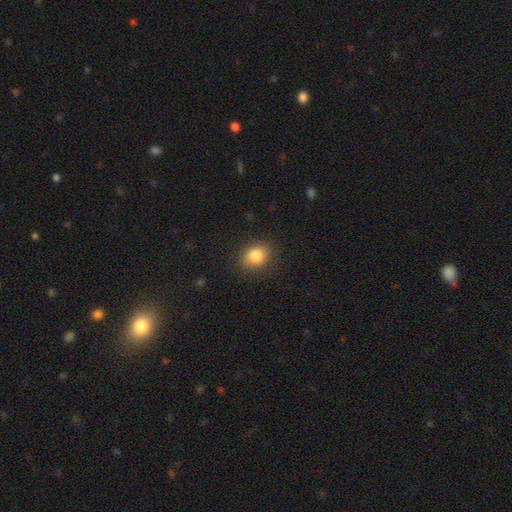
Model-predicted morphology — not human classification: The model was most divided on "how rounded": round: 50%, in between: 49%, cigar-shaped: 1%. More confident: merging — none (86%); smooth or featured — smooth (84%).